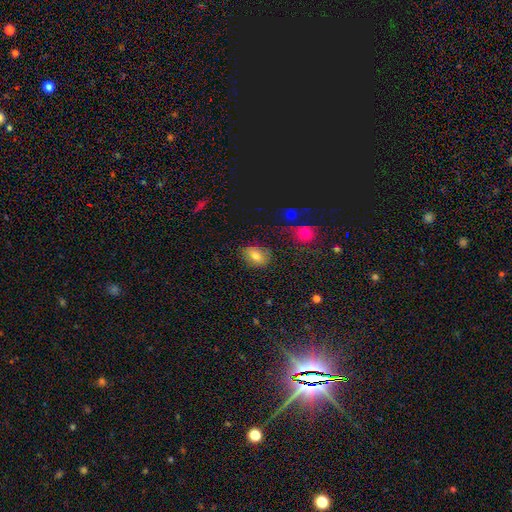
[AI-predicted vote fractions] smooth_or_featured: smooth (p=0.70) [alt: star or artifact p=0.16]
how_rounded: in between (p=0.70) [alt: round p=0.28]
merging: none (p=0.81) [alt: minor disturbance p=0.13]